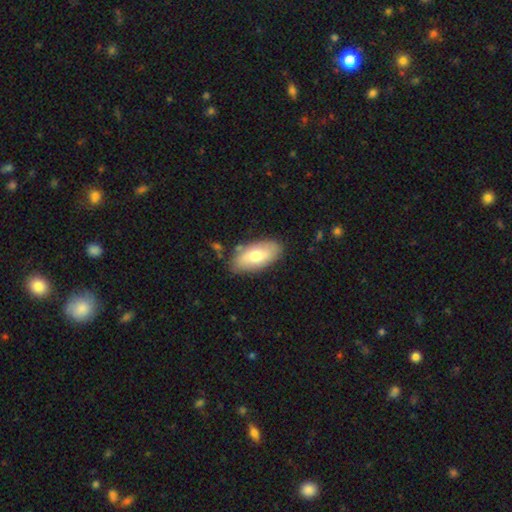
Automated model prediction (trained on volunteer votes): The model was most divided on "smooth or featured": smooth: 69%, featured or disk: 25%, star or artifact: 6%. More confident: how rounded — in between (92%); merging — none (80%).